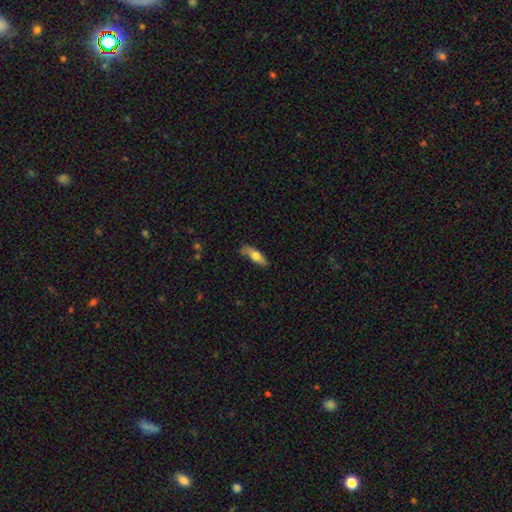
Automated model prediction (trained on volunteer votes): This appears to be a smooth galaxy with no disk features (63%) that is in between round and cigar-shaped (58%). Merging: none (70%).